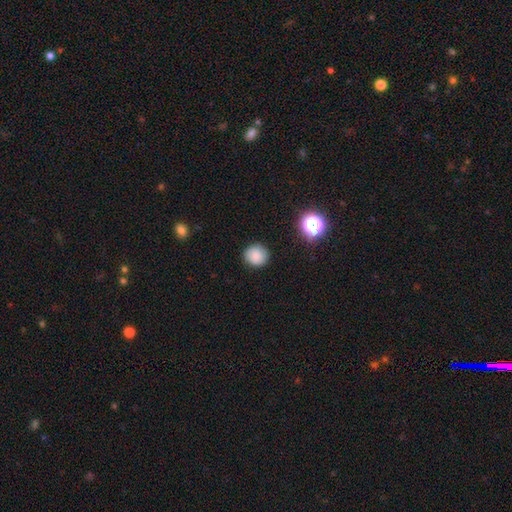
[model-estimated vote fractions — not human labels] Overall: smooth (84%). How rounded: round (89%). Merging: none (87%).